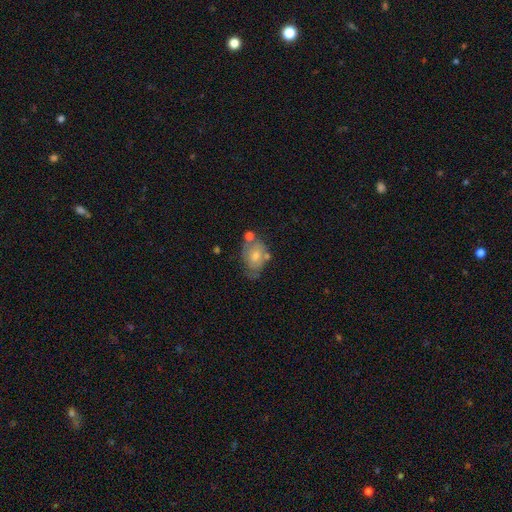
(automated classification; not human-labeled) smooth_or_featured: featured or disk (p=0.49) [alt: smooth p=0.40]
merging: none (p=0.50) [alt: minor disturbance p=0.25]